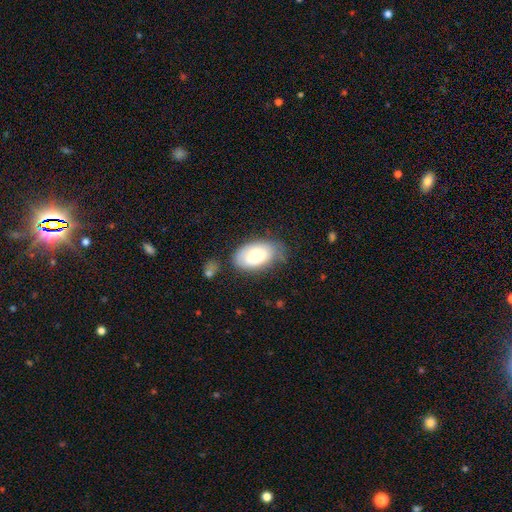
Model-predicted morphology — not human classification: Smooth or featured: smooth — 75% (featured or disk — 18%)
How rounded: in between — 94% (round — 5%)
Merging: none — 61% (minor disturbance — 27%)